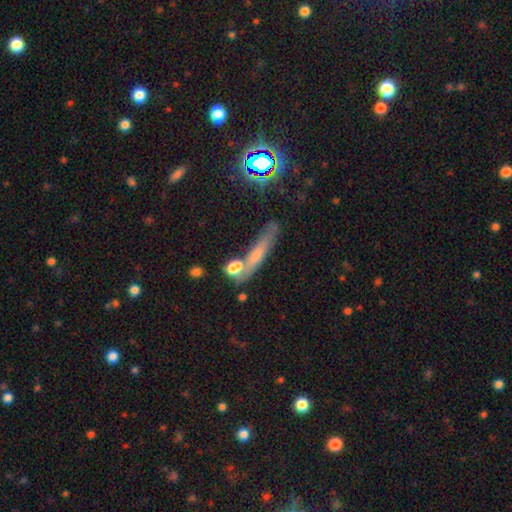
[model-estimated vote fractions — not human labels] Smooth or featured: smooth — 49% (featured or disk — 29%)
Merging: none — 63% (merger — 15%)